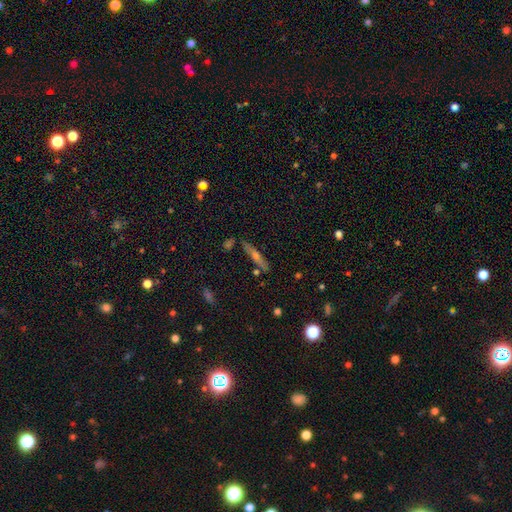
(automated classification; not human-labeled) Smooth or featured?
  - featured or disk: 58% *
  - smooth: 31%
  - star or artifact: 10%
Edge-on disk?
  - yes: 92% *
  - no: 8%
Edge-on bulge?
  - rounded: 83% *
  - none: 13%
  - boxy: 4%
Merging?
  - none: 82% *
  - minor disturbance: 11%
  - merger: 4%
  - major disturbance: 3%